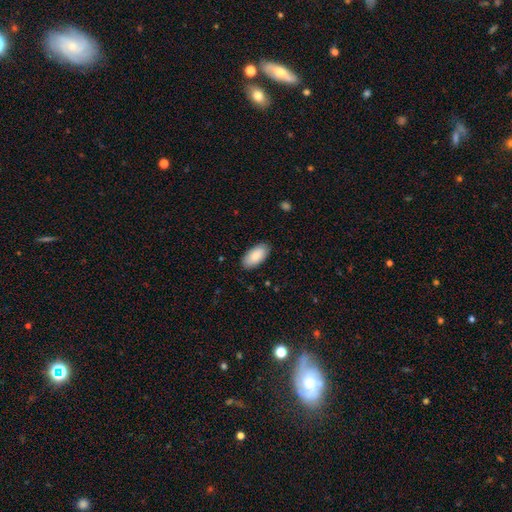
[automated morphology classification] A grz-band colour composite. It shows a smooth galaxy with no disk features (86%) that is in between round and cigar-shaped (95%). Merging: none (87%).